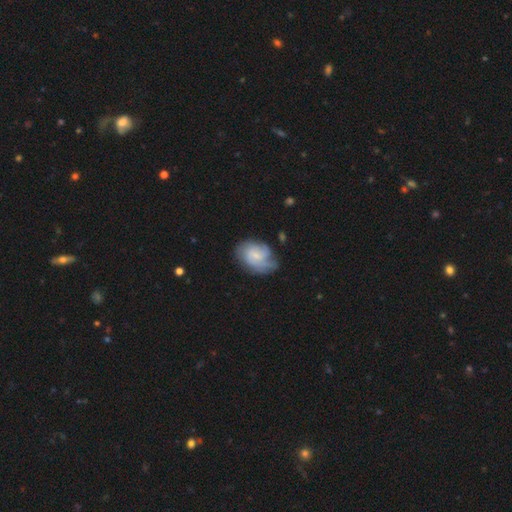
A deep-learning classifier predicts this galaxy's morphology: Smooth or featured? Predicted: featured or disk (p=0.65). Edge-on disk? Predicted: no (p=0.97). Bar? Predicted: no (p=0.55). Spiral arms? Predicted: yes (p=0.90). Spiral winding? Predicted: tight (p=0.43). Spiral arm count? Predicted: can't tell (p=0.34). Bulge size? Predicted: small (p=0.56). Merging? Predicted: none (p=0.55).